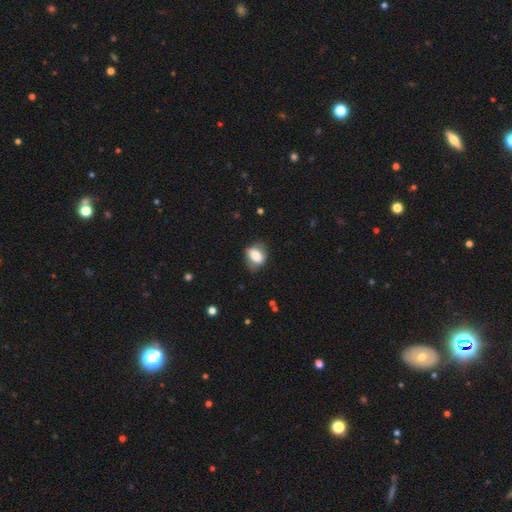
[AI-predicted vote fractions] Morphology: type=smooth (69%); roundness=in between (62%); merging=none (70%).